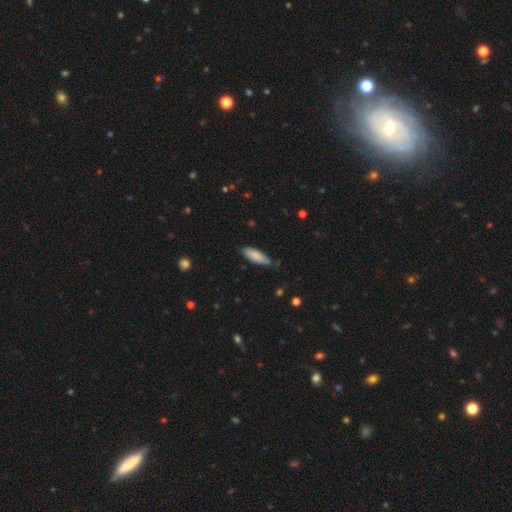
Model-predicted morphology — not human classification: smooth-or-featured: smooth: 83% | featured or disk: 11% | star or artifact: 6%
  how-rounded: in between: 62% | cigar-shaped: 37% | round: 2%
  merging: none: 67% | minor disturbance: 26% | major disturbance: 4% | merger: 2%